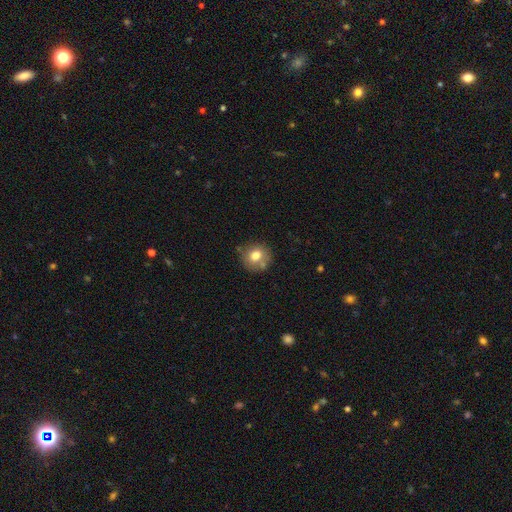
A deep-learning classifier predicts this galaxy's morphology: smooth_or_featured: smooth (p=0.75) [alt: featured or disk p=0.15]
how_rounded: round (p=0.86) [alt: in between p=0.13]
merging: none (p=0.69) [alt: minor disturbance p=0.16]